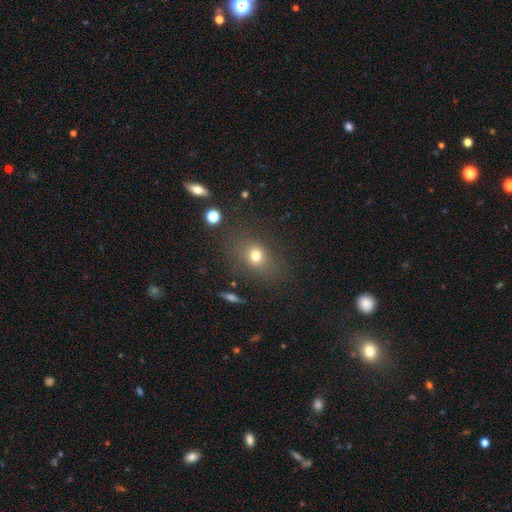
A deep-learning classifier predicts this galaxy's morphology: A smooth galaxy with no disk features (72%) that is round (51%). Merging: none (76%).